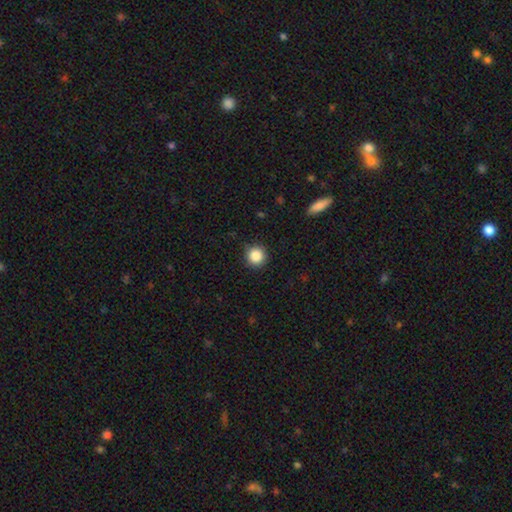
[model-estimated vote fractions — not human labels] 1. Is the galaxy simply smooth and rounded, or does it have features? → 87% smooth, 9% star or artifact, 3% featured or disk.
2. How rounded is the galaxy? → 95% round, 4% in between, 1% cigar-shaped.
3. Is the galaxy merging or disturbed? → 91% none, 7% minor disturbance, 2% major disturbance, 1% merger.